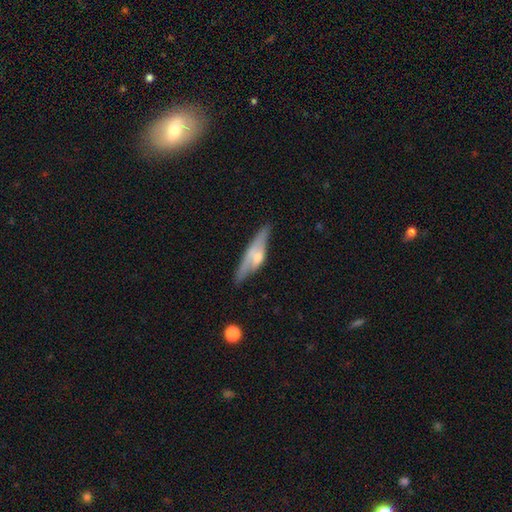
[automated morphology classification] A featured or disk galaxy (52%) viewed edge-on (71%). Merging: none (53%).